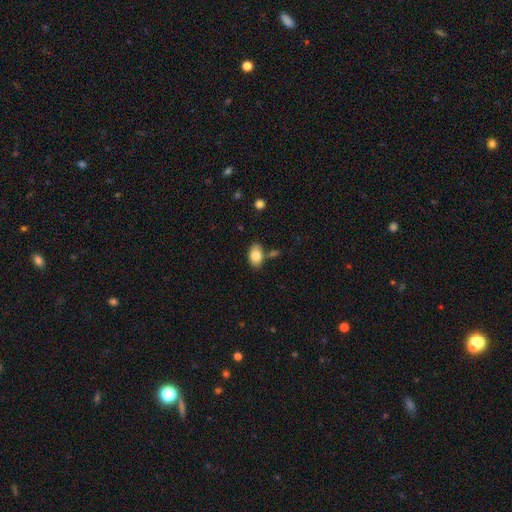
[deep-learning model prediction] Smooth or featured? smooth (80%)
How rounded? in between (90%)
Merging? none (73%)